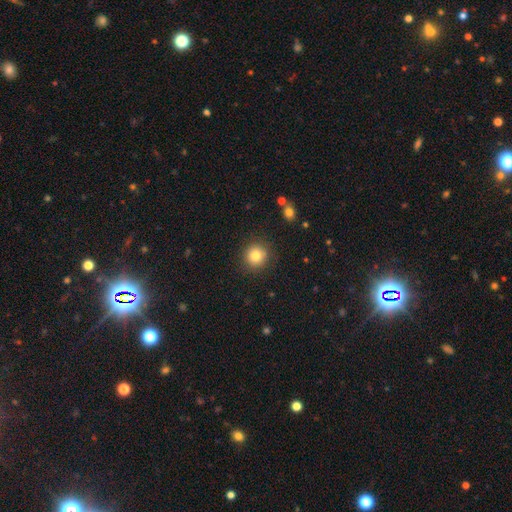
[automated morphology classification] type=smooth (82%); roundness=round (91%); merging=none (89%).